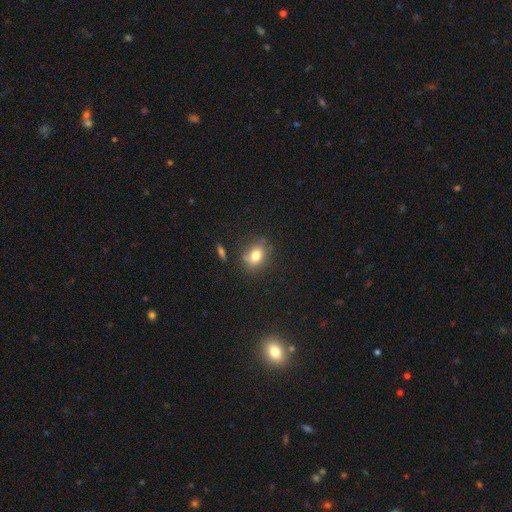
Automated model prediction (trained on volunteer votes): A smooth galaxy with no disk features (78%) that is in between round and cigar-shaped (54%).

Vote fractions:
- Smooth or featured? smooth: 78% / star or artifact: 11% / featured or disk: 11%
- How rounded? in between: 54% / round: 44% / cigar-shaped: 2%
- Merging? none: 73% / minor disturbance: 17% / merger: 5% / major disturbance: 5%